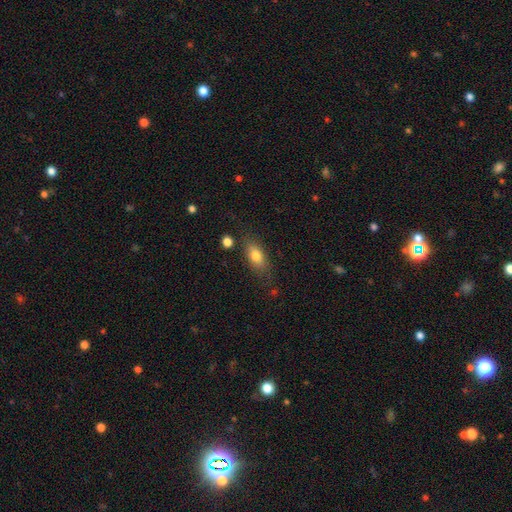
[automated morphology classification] Smooth or featured?
  - smooth: 77% *
  - featured or disk: 15%
  - star or artifact: 8%
How rounded?
  - in between: 82% *
  - cigar-shaped: 11%
  - round: 7%
Merging?
  - none: 72% *
  - minor disturbance: 18%
  - major disturbance: 6%
  - merger: 4%